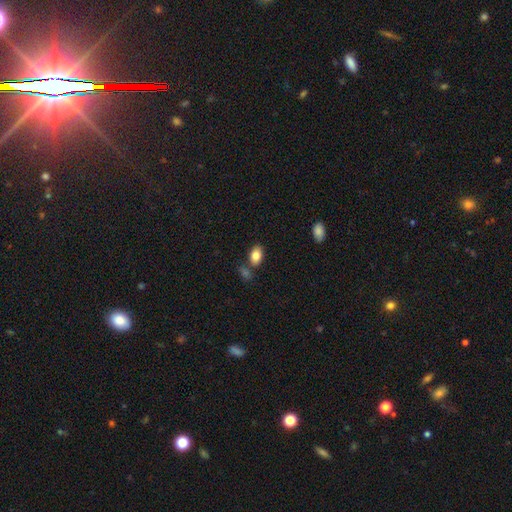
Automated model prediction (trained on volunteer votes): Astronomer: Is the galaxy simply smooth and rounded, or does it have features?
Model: smooth — 84%.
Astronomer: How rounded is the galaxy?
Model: in between — 88%.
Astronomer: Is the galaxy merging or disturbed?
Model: none — 71%.